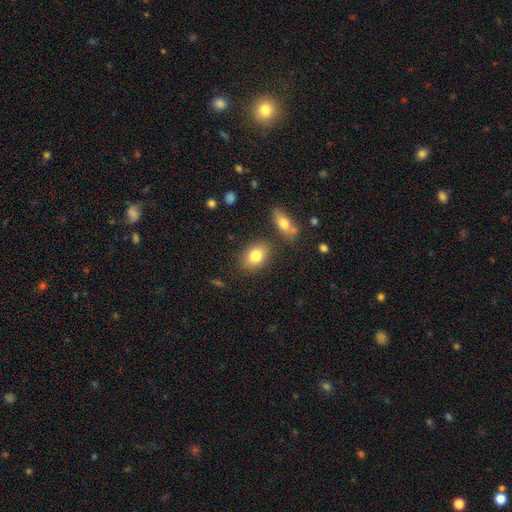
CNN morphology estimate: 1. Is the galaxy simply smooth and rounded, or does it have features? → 81% smooth, 11% featured or disk, 8% star or artifact.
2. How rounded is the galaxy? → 76% in between, 23% round, 2% cigar-shaped.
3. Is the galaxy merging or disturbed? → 79% none, 11% minor disturbance, 6% merger, 3% major disturbance.